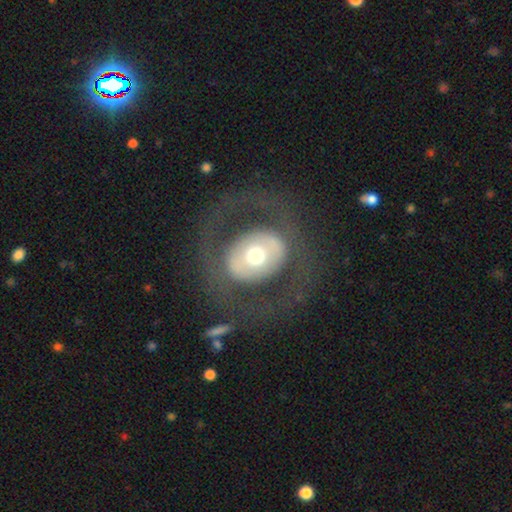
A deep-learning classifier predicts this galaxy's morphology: This is possibly a featured or disk galaxy (54%). It is clearly not viewed edge-on (93%). Merging: likely none (75%).